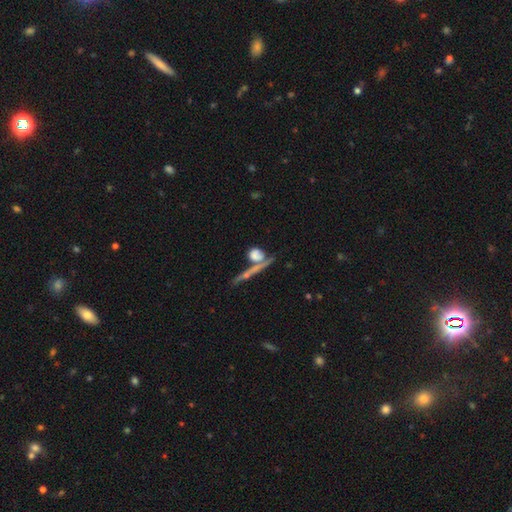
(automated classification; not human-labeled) smooth-or-featured: smooth: 59% | featured or disk: 30% | star or artifact: 12%
  how-rounded: round: 54% | in between: 28% | cigar-shaped: 17%
  merging: none: 47% | merger: 33% | minor disturbance: 12% | major disturbance: 8%